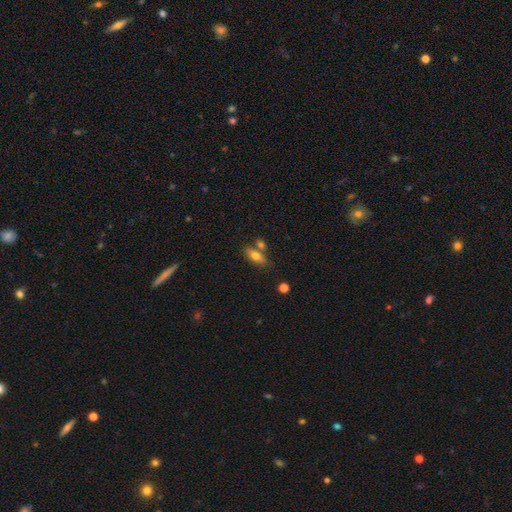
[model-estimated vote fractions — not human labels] Overall: smooth (67%). How rounded: in between (70%). Merging: none (63%).